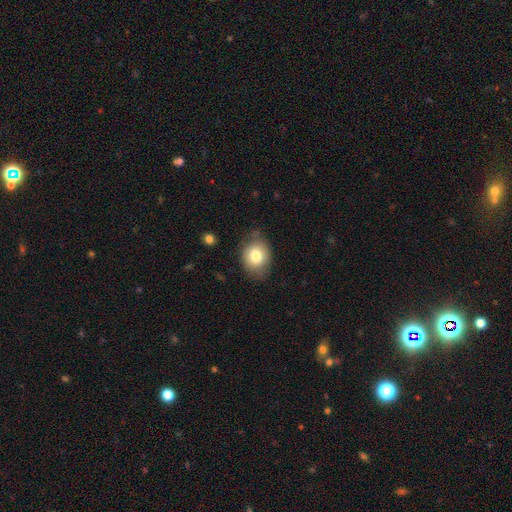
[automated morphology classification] Smooth or featured? smooth (80%)
How rounded? in between (55%)
Merging? none (74%)